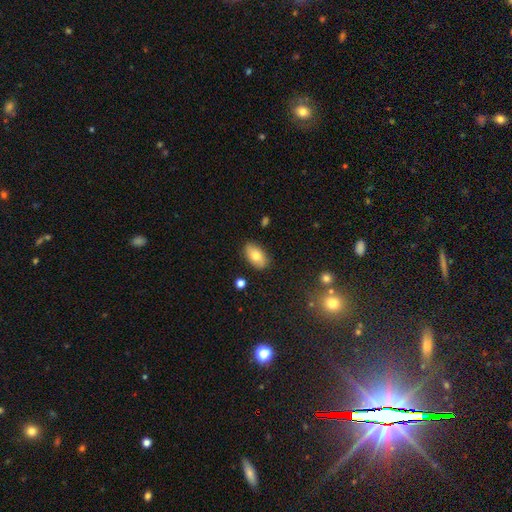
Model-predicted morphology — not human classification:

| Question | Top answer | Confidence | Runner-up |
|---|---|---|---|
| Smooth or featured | smooth | 75% | featured or disk (18%) |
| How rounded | in between | 93% | round (6%) |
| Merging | none | 84% | minor disturbance (12%) |